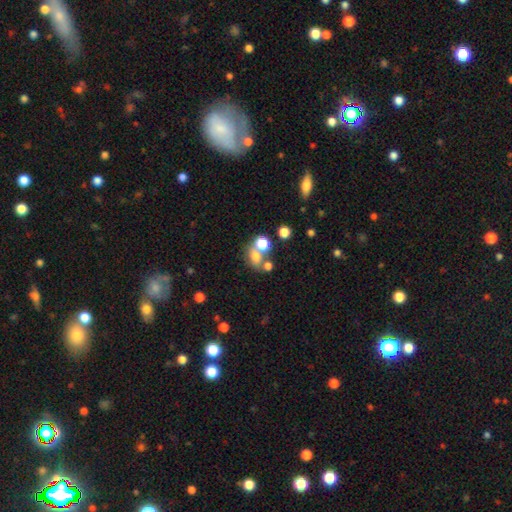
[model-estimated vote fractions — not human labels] Smooth or featured? Predicted: smooth (p=0.67). How rounded? Predicted: in between (p=0.52). Merging? Predicted: none (p=0.43).